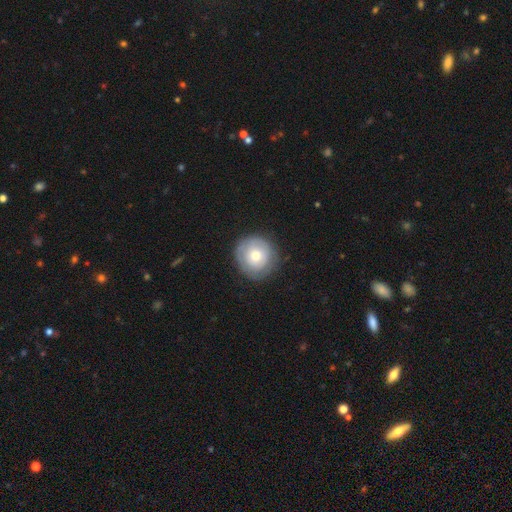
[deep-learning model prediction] A smooth galaxy with no disk features (59%) that is round (94%).

Vote fractions:
- Smooth or featured? smooth: 59% / featured or disk: 34% / star or artifact: 7%
- How rounded? round: 94% / in between: 5% / cigar-shaped: 1%
- Merging? none: 81% / minor disturbance: 13% / major disturbance: 4% / merger: 1%